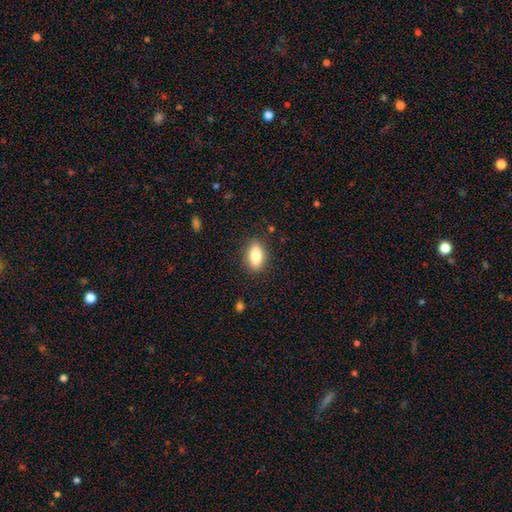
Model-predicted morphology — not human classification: This is clearly a smooth galaxy (84%). How rounded: clearly in between (88%). Merging: clearly none (87%).